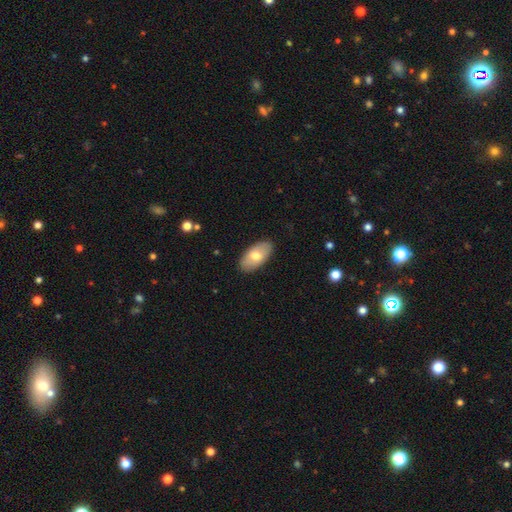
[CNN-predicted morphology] Q: Smooth or featured?
A: smooth (69%); runner-up: featured or disk (25%)
Q: How rounded?
A: in between (95%); runner-up: round (3%)
Q: Merging?
A: none (87%); runner-up: minor disturbance (10%)